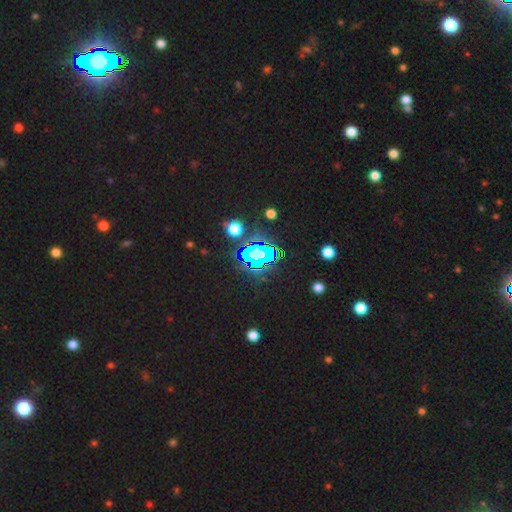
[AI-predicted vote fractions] Smooth or featured? Predicted: star or artifact (p=0.81).